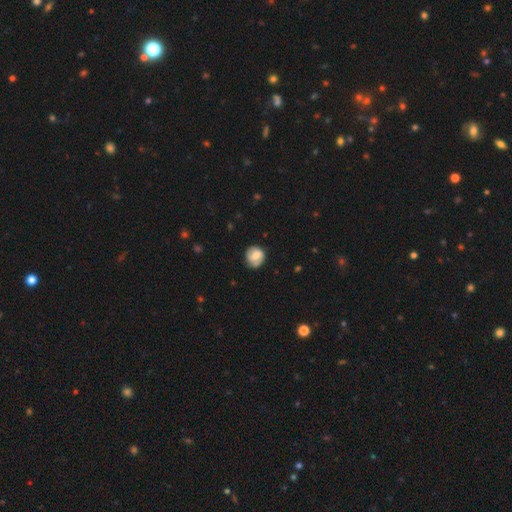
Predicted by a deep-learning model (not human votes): Smooth or featured: smooth — 59% (featured or disk — 33%)
How rounded: round — 82% (in between — 17%)
Merging: none — 70% (minor disturbance — 21%)